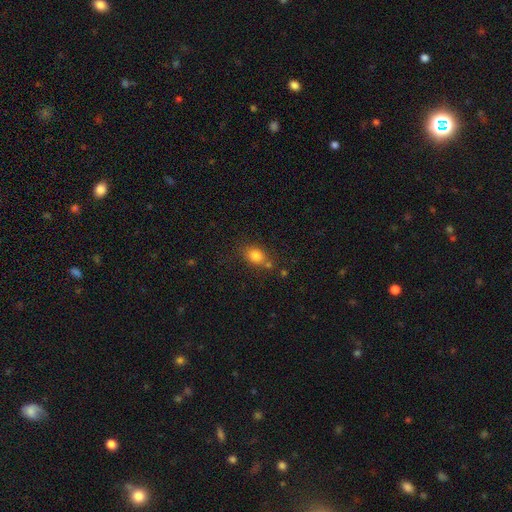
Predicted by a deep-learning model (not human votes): smooth-or-featured: smooth: 82% | star or artifact: 11% | featured or disk: 8%
  how-rounded: in between: 59% | round: 39% | cigar-shaped: 2%
  merging: none: 68% | minor disturbance: 15% | merger: 12% | major disturbance: 5%